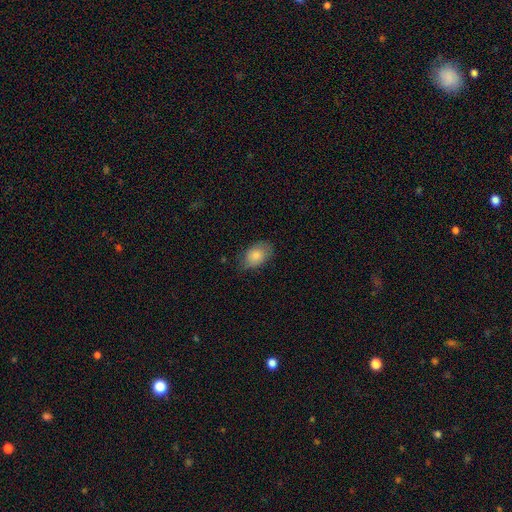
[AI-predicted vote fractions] Q: Smooth or featured?
A: smooth (83%); runner-up: featured or disk (10%)
Q: How rounded?
A: in between (84%); runner-up: round (15%)
Q: Merging?
A: none (68%); runner-up: minor disturbance (25%)